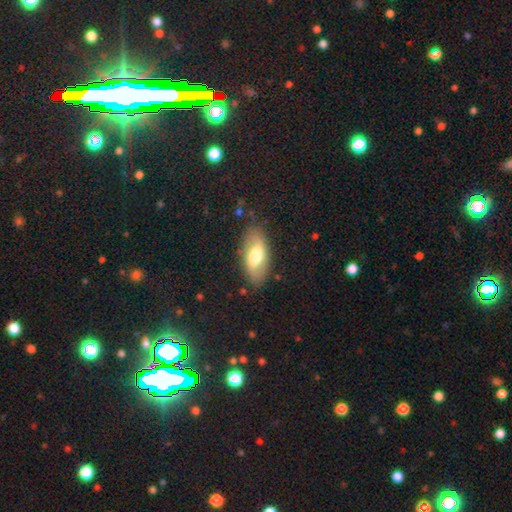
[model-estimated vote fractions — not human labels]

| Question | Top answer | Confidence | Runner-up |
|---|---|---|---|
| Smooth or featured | smooth | 53% | featured or disk (41%) |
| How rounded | in between | 89% | cigar-shaped (8%) |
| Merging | none | 81% | minor disturbance (13%) |